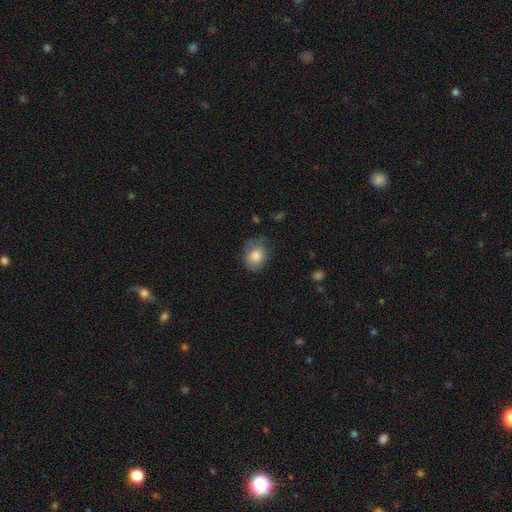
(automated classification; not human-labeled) Morphology: type=smooth (81%); roundness=in between (54%); merging=none (62%).